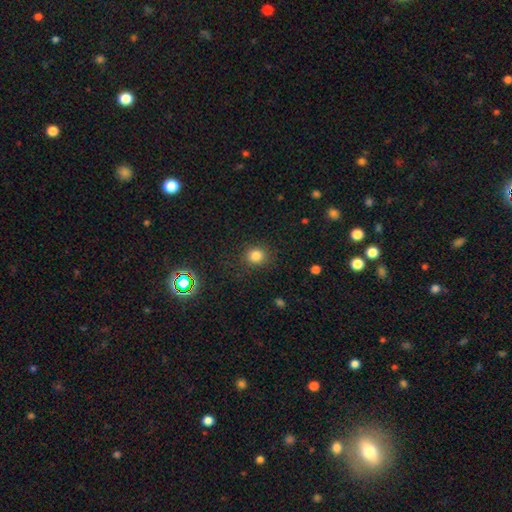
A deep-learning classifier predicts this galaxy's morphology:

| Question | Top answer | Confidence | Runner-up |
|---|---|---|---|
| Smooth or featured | smooth | 80% | star or artifact (14%) |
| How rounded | round | 81% | in between (18%) |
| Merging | none | 86% | minor disturbance (9%) |